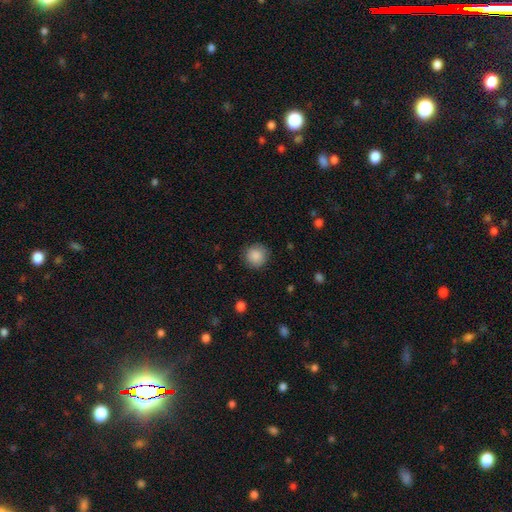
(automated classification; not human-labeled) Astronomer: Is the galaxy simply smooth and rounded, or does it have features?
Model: smooth — 88%.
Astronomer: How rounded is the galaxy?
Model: round — 94%.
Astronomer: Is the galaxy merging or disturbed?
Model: none — 88%.